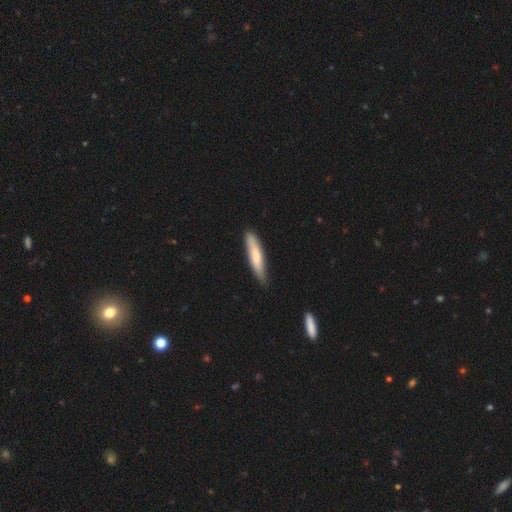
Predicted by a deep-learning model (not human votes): A smooth galaxy with no disk features (70%) that is cigar-shaped (87%). Merging: none (81%).